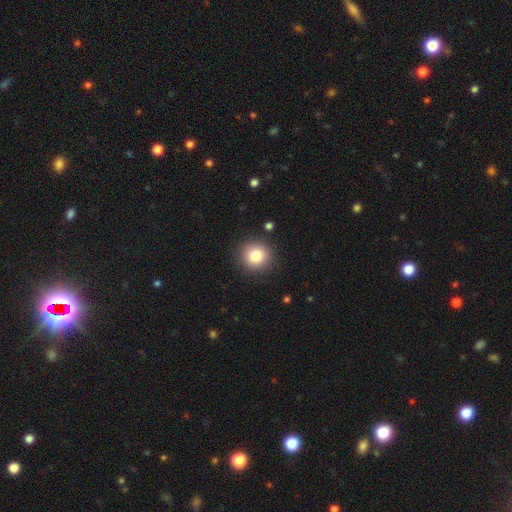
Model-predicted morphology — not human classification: smooth 82%, star or artifact 10%, featured or disk 7%. Down the decision tree: how rounded — round (93%); merging — none (90%).